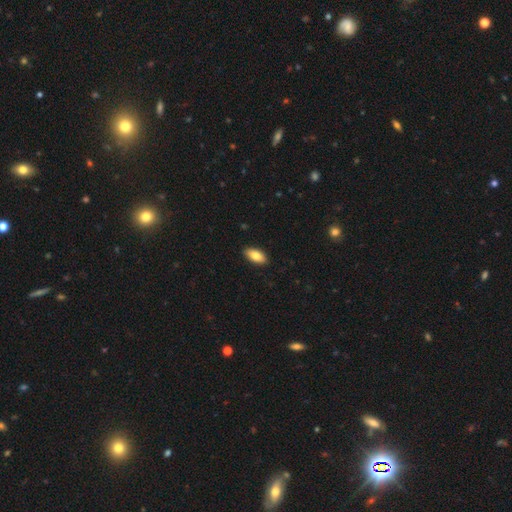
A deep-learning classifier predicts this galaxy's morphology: Smooth or featured? Predicted: smooth (p=0.82). How rounded? Predicted: in between (p=0.91). Merging? Predicted: none (p=0.90).